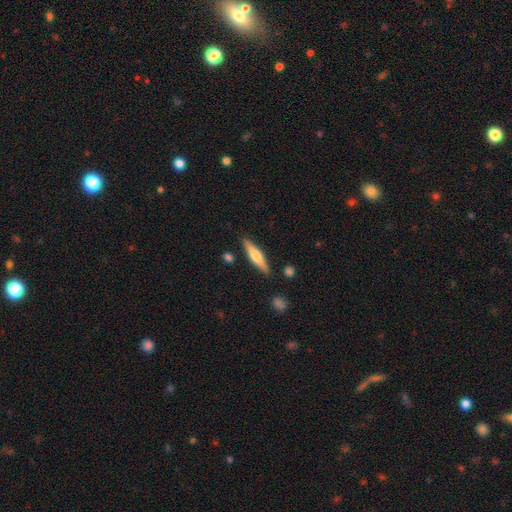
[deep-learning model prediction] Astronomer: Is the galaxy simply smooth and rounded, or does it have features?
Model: featured or disk — 52% (runner-up: smooth, 43%).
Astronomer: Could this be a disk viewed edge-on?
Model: yes — 95%.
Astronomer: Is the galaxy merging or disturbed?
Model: none — 86%.